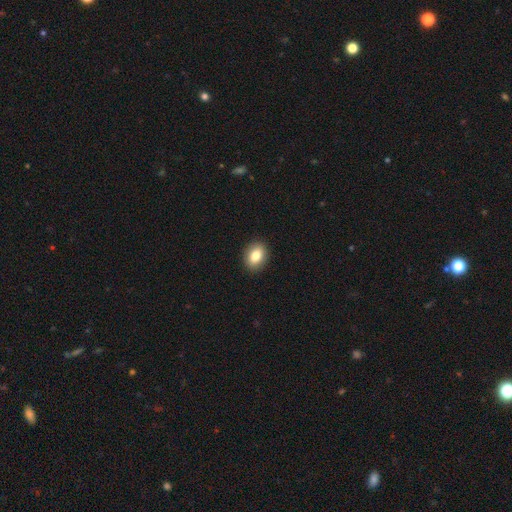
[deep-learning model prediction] Morphology: type=smooth (82%); roundness=in between (72%); merging=none (91%).